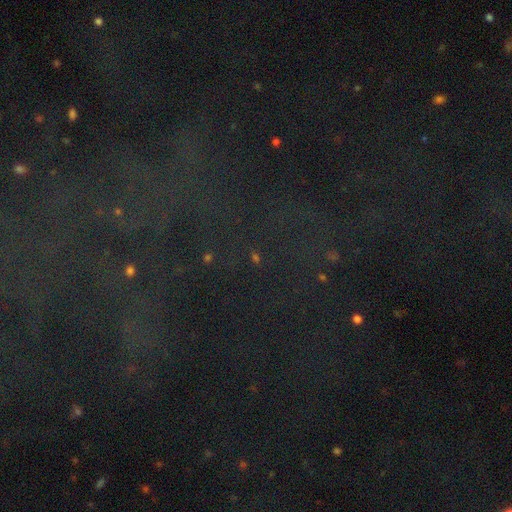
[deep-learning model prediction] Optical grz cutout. It shows a star or artifact, not a galaxy (75%).